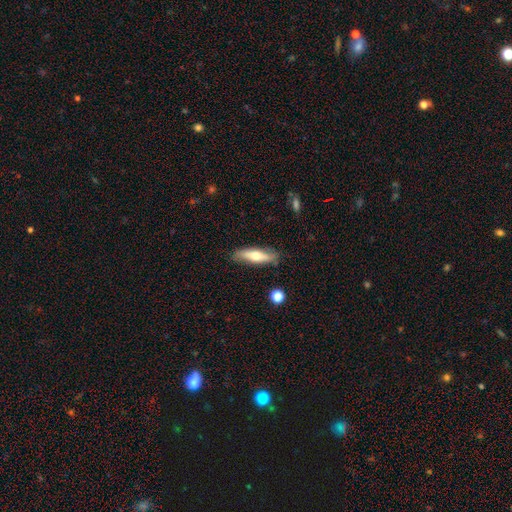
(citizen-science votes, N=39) Volunteers were most divided on "how rounded": cigar-shaped: 59%, in between: 36%, round: 5%. More confident: merging — none (63%); smooth or featured — smooth (56%).